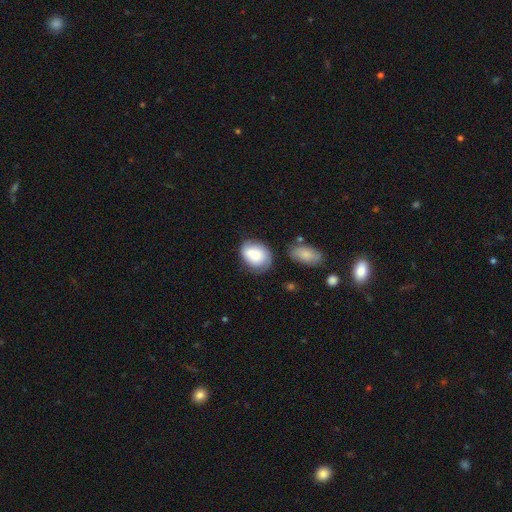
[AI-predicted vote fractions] Morphology: type=smooth (63%); roundness=in between (55%); merging=none (50%).